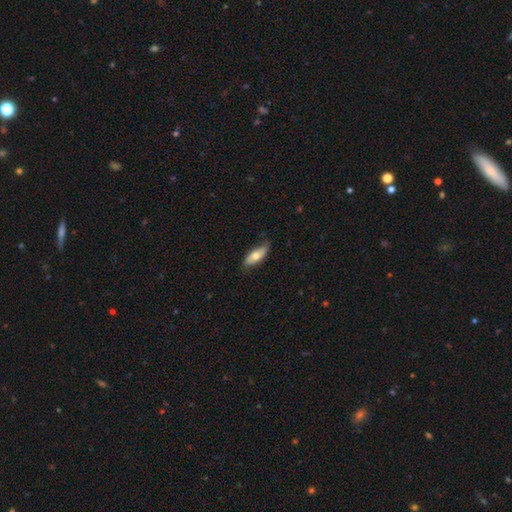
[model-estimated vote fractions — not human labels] Smooth or featured? smooth (65%)
How rounded? in between (71%)
Merging? none (74%)